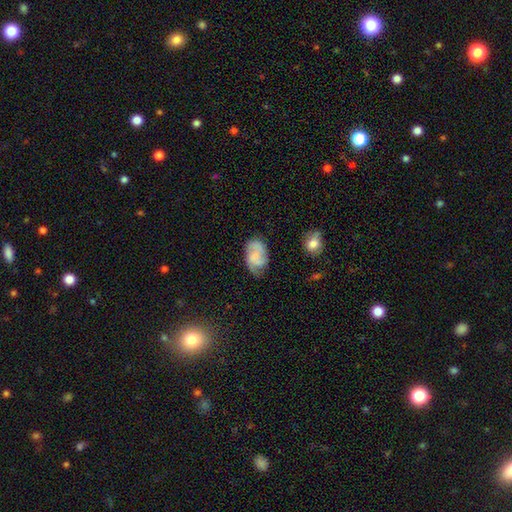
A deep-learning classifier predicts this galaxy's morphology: Smooth or featured? Predicted: featured or disk (p=0.55). Edge-on disk? Predicted: no (p=0.97). Bar? Predicted: no (p=0.62). Spiral arms? Predicted: yes (p=0.89). Bulge size? Predicted: none (p=0.62). Merging? Predicted: none (p=0.61).